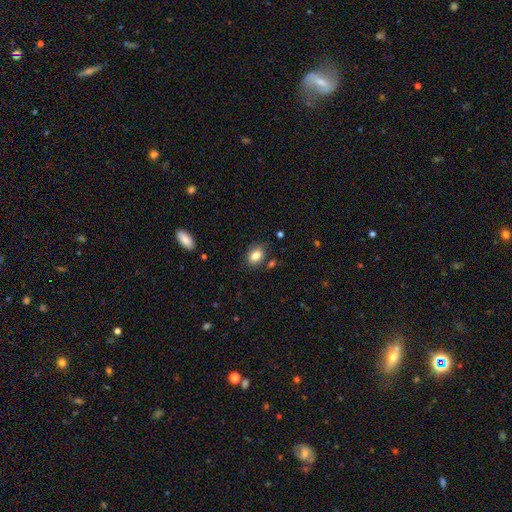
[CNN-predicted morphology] smooth_or_featured: smooth (p=0.83) [alt: star or artifact p=0.09]
how_rounded: in between (p=0.75) [alt: round p=0.24]
merging: none (p=0.77) [alt: minor disturbance p=0.15]